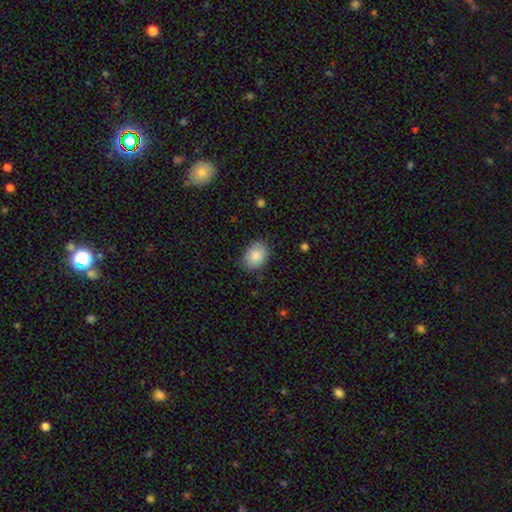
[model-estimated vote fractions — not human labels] Smooth or featured: smooth — 87% (star or artifact — 7%)
How rounded: in between — 76% (round — 23%)
Merging: none — 79% (minor disturbance — 17%)